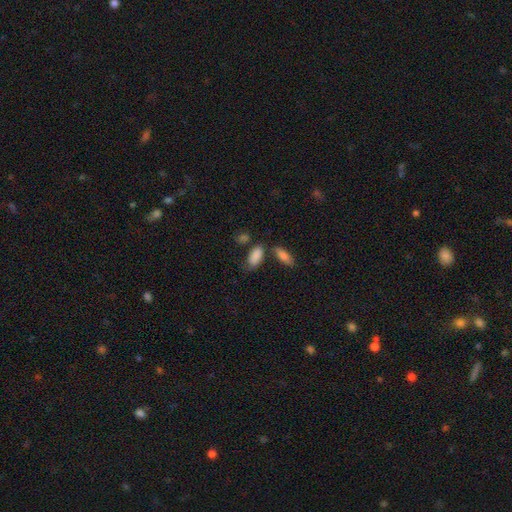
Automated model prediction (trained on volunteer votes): This appears to be a smooth galaxy with no disk features (87%) that is in between round and cigar-shaped (89%). Merging: none (60%).